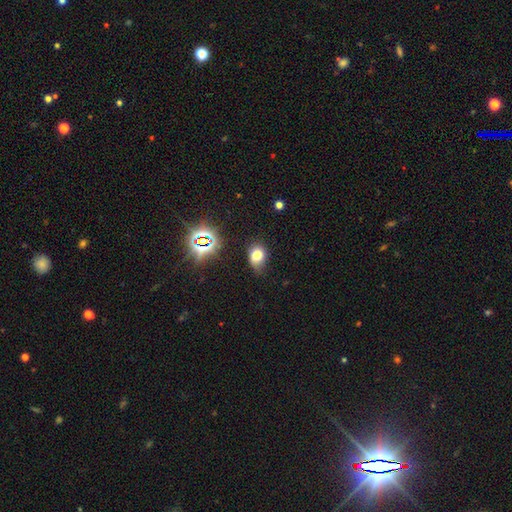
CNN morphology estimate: The model was most divided on "merging": none: 60%, minor disturbance: 29%, major disturbance: 8%, merger: 3%. More confident: smooth or featured — smooth (71%); how rounded — in between (67%).